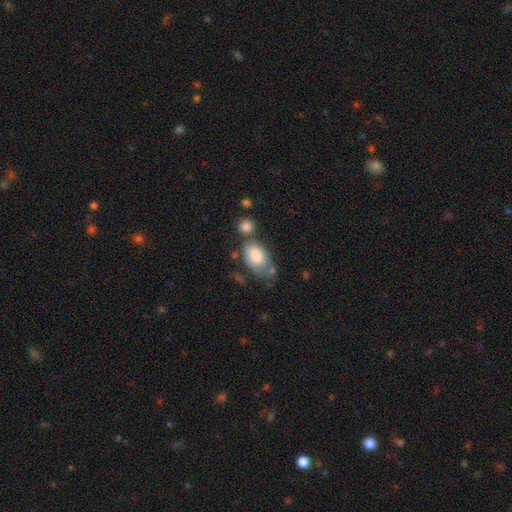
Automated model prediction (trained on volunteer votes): smooth 79%, featured or disk 14%, star or artifact 7%. Down the decision tree: how rounded — in between (89%); merging — none (37%).